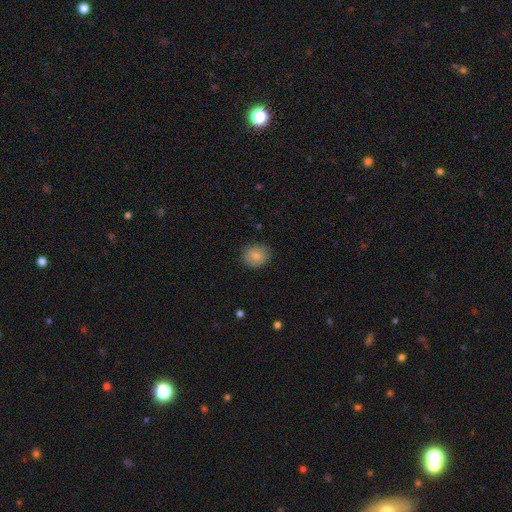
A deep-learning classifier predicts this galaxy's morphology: A smooth galaxy with no disk features (81%) that is round (70%).

Vote fractions:
- Smooth or featured? smooth: 81% / featured or disk: 11% / star or artifact: 8%
- How rounded? round: 70% / in between: 29% / cigar-shaped: 1%
- Merging? none: 84% / minor disturbance: 12% / major disturbance: 3% / merger: 1%